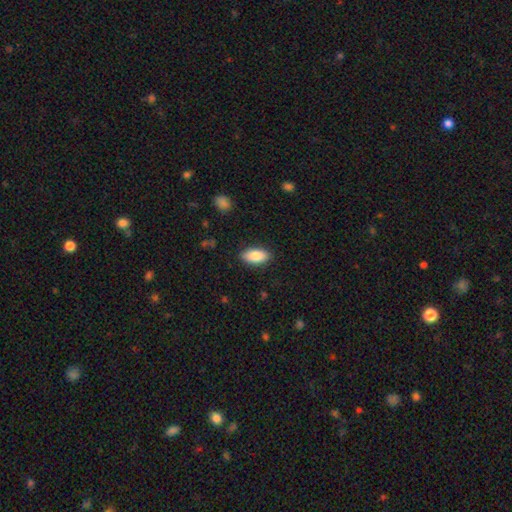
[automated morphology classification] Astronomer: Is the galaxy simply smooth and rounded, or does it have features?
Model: smooth — 86%.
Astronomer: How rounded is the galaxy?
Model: in between — 91%.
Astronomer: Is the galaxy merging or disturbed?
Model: none — 88%.